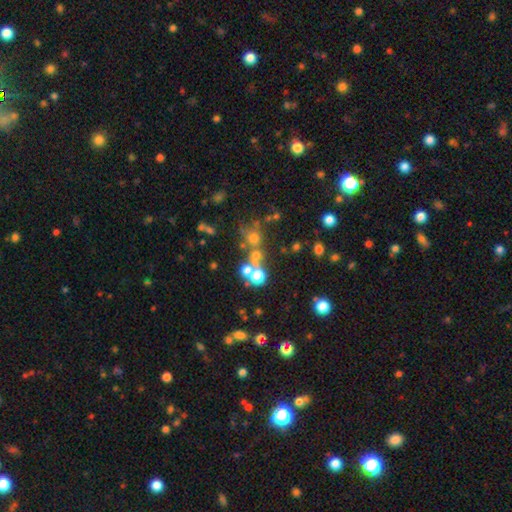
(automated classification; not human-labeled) Smooth or featured? Predicted: smooth (p=0.42). Merging? Predicted: none (p=0.55).